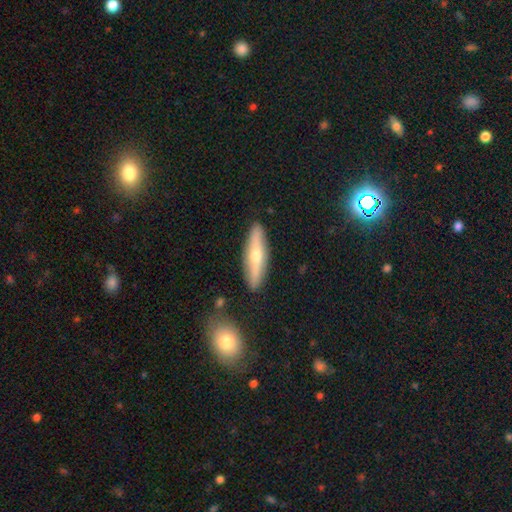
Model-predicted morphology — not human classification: Smooth or featured? featured or disk (50%)
Edge-on disk? yes (78%)
Merging? none (86%)